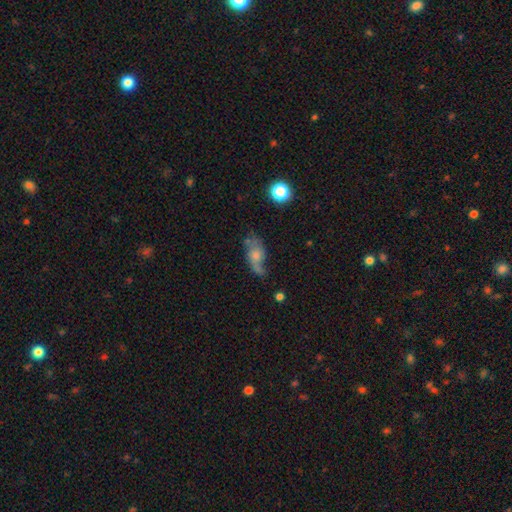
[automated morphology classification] featured or disk 50%, smooth 40%, star or artifact 10%. Down the decision tree: merging — none (41%).